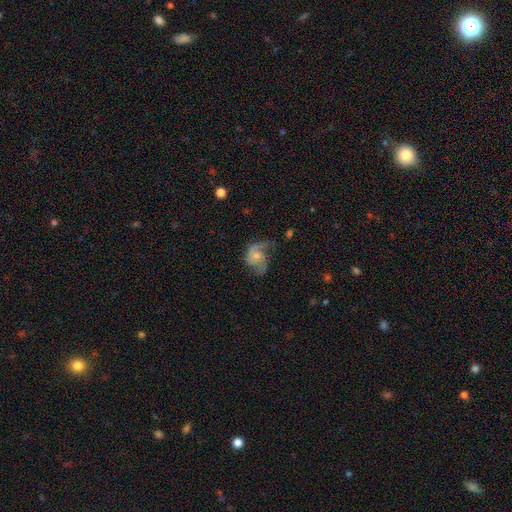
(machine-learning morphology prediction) Q: Smooth or featured?
A: featured or disk (72%); runner-up: smooth (21%)
Q: Edge-on disk?
A: no (98%); runner-up: yes (2%)
Q: Bar?
A: no (70%); runner-up: weak (26%)
Q: Spiral arms?
A: yes (90%); runner-up: no (10%)
Q: Spiral winding?
A: loose (46%); runner-up: medium (42%)
Q: Spiral arm count?
A: 2 (68%); runner-up: 1 (15%)
Q: Bulge size?
A: small (53%); runner-up: moderate (34%)
Q: Merging?
A: none (43%); runner-up: major disturbance (29%)